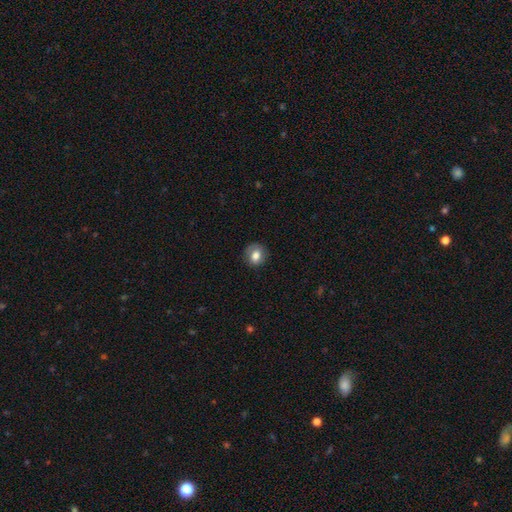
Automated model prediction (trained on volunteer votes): Smooth or featured? smooth (77%)
How rounded? round (70%)
Merging? none (80%)